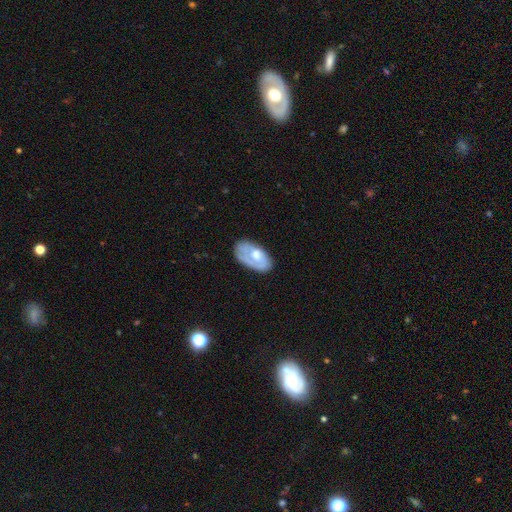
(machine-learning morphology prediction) Smooth or featured?
  - smooth: 48% *
  - featured or disk: 46%
  - star or artifact: 6%
Merging?
  - none: 55% *
  - minor disturbance: 28%
  - major disturbance: 14%
  - merger: 2%